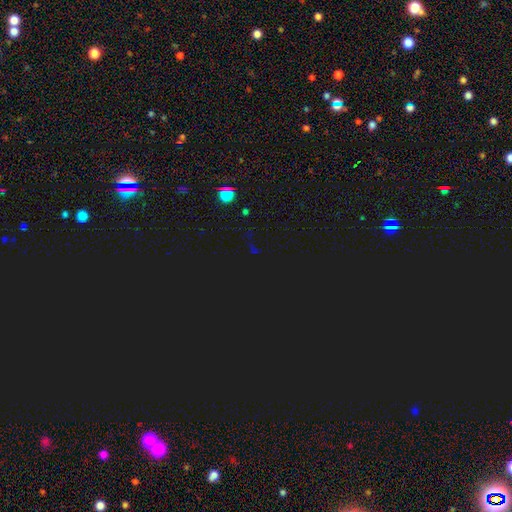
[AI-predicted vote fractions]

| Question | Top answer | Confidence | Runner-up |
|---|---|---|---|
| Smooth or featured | star or artifact | 78% | smooth (15%) |